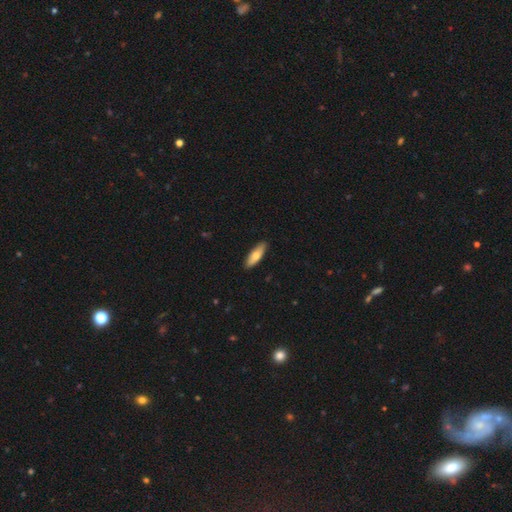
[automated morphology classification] Smooth or featured: smooth — 69% (featured or disk — 26%)
How rounded: in between — 51% (cigar-shaped — 47%)
Merging: none — 90% (minor disturbance — 8%)